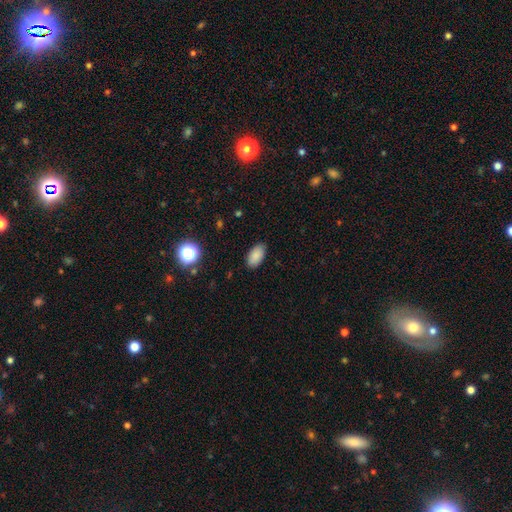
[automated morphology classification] This is clearly a smooth galaxy (86%). How rounded: clearly in between (94%). Merging: clearly none (87%).